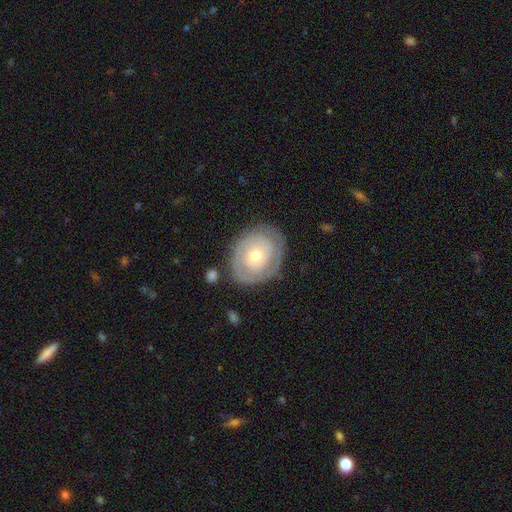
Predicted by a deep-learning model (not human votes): A featured or disk galaxy (69%) with no bar (81%), spiral arms (74%) and a moderate central bulge (55%).

Vote fractions:
- Smooth or featured? featured or disk: 69% / smooth: 26% / star or artifact: 6%
- Edge-on disk? no: 96% / yes: 4%
- Bar? no: 81% / weak: 15% / strong: 4%
- Spiral arms? yes: 74% / no: 26%
- Bulge size? moderate: 55% / small: 40% / large: 4% / none: 1% / dominant: 1%
- Merging? none: 77% / minor disturbance: 15% / major disturbance: 5% / merger: 2%